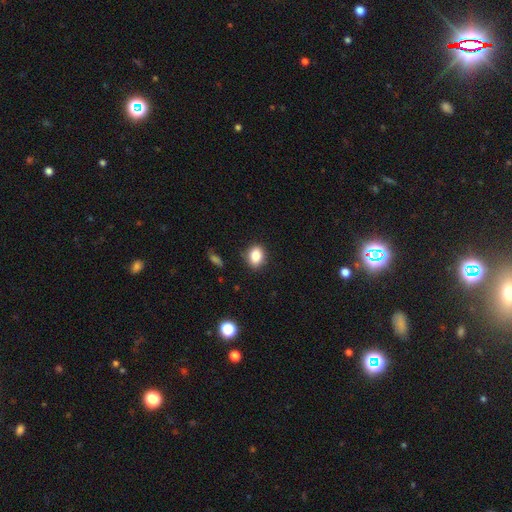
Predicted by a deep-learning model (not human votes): A smooth galaxy with no disk features (85%) that is in between round and cigar-shaped (57%).

Vote fractions:
- Smooth or featured? smooth: 85% / star or artifact: 10% / featured or disk: 6%
- How rounded? in between: 57% / round: 41% / cigar-shaped: 1%
- Merging? none: 87% / minor disturbance: 10% / major disturbance: 2% / merger: 1%